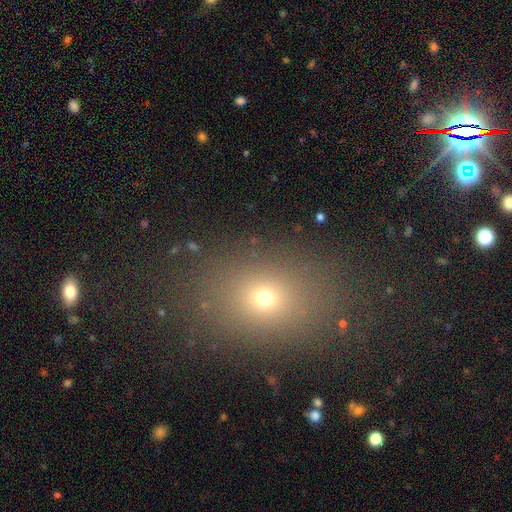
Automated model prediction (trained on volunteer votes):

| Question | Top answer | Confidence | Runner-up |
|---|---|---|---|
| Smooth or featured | smooth | 63% | star or artifact (25%) |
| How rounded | in between | 61% | round (37%) |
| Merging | none | 85% | minor disturbance (9%) |